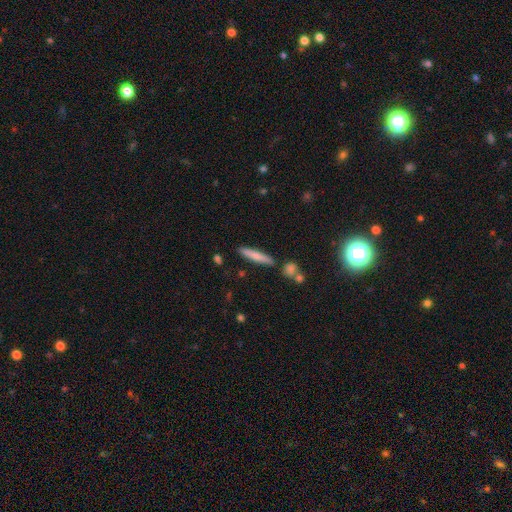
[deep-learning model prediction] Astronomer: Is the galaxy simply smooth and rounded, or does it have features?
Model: smooth — 73%.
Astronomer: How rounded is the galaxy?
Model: cigar-shaped — 91%.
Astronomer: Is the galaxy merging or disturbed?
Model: none — 85%.